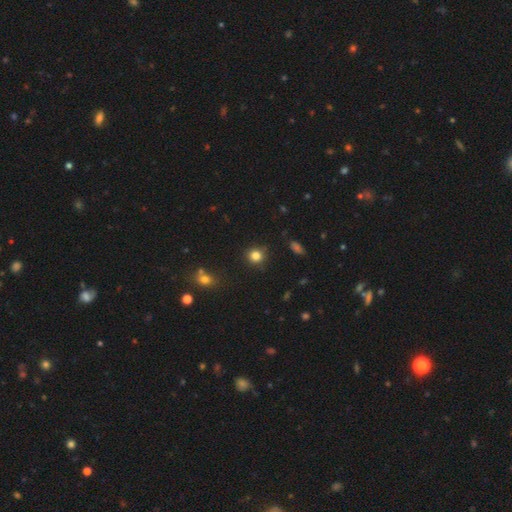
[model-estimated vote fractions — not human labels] smooth-or-featured: smooth: 82% | star or artifact: 13% | featured or disk: 5%
  how-rounded: round: 90% | in between: 9% | cigar-shaped: 1%
  merging: none: 86% | minor disturbance: 9% | major disturbance: 3% | merger: 2%